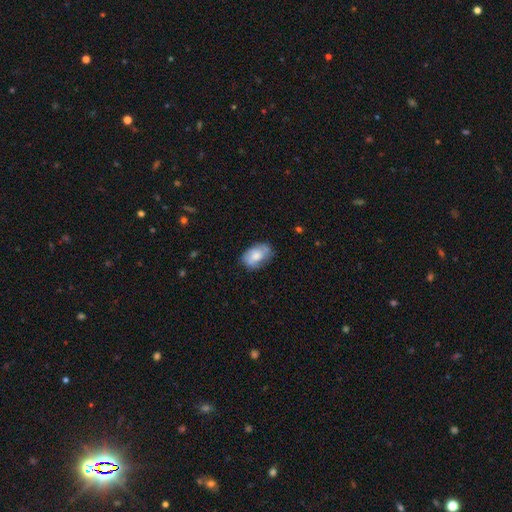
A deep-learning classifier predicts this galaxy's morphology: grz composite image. It shows a smooth galaxy with no disk features (69%) that is in between round and cigar-shaped (89%). Merging: none (65%).